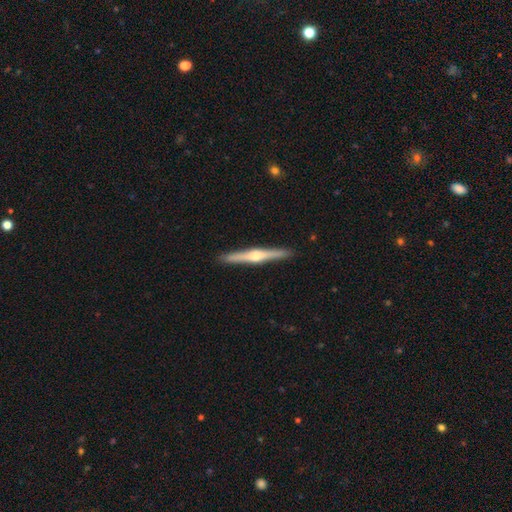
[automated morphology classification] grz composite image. It shows a featured or disk galaxy (76%) viewed edge-on (98%) with a rounded central bulge (91%). Merging: none (92%).